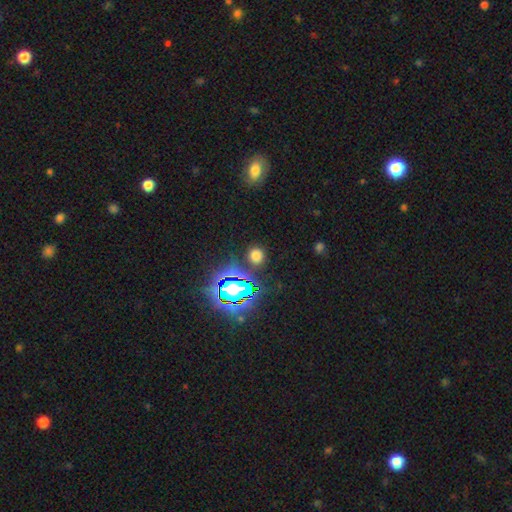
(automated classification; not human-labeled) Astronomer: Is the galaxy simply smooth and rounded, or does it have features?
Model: smooth — 64%.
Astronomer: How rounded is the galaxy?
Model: round — 84%.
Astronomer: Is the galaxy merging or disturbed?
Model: none — 85%.